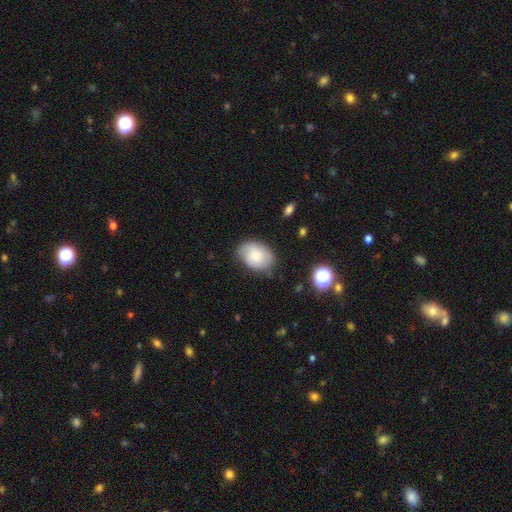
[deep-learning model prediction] Smooth or featured? smooth (74%)
How rounded? in between (78%)
Merging? none (70%)